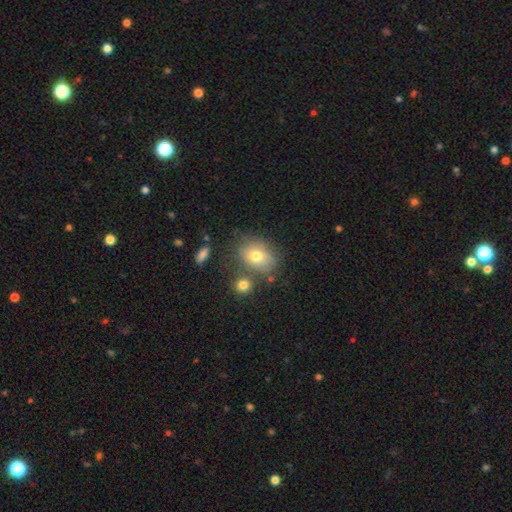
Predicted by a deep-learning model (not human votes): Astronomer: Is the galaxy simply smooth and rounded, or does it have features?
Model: smooth — 73%.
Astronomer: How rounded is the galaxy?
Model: in between — 58% (runner-up: round, 40%).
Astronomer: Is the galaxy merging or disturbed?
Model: none — 67%.